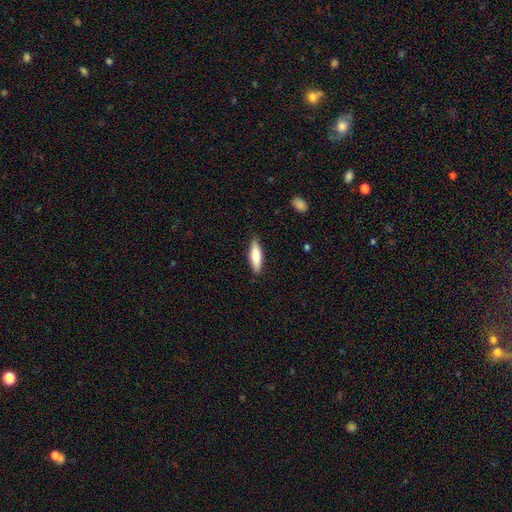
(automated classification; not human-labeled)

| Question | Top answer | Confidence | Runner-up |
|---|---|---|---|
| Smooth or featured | smooth | 79% | featured or disk (15%) |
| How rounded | cigar-shaped | 57% | in between (41%) |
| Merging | none | 86% | minor disturbance (11%) |